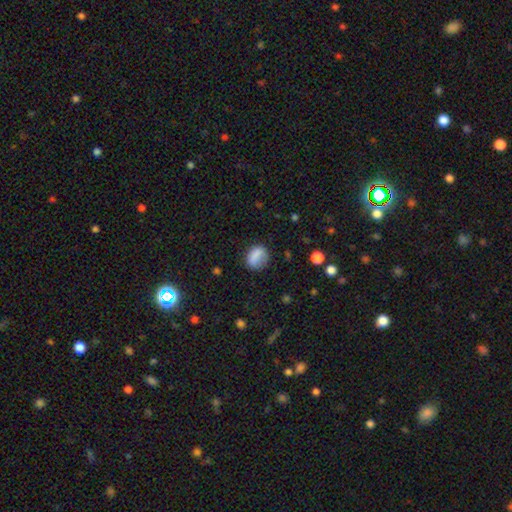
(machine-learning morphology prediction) This appears to be a smooth galaxy with no disk features (81%) that is round (50%). Merging: none (68%).